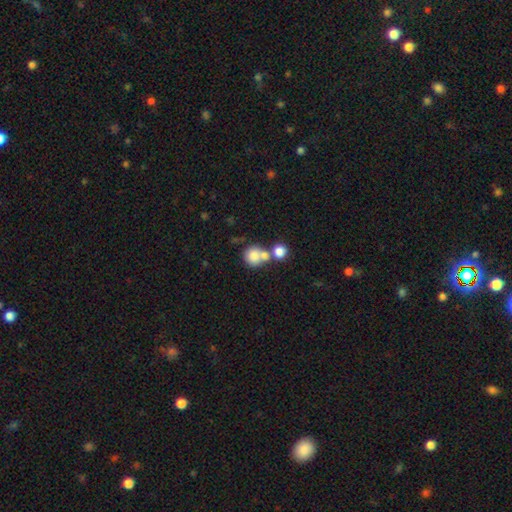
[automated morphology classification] A smooth galaxy with no disk features (77%) that is round (85%).

Vote fractions:
- Smooth or featured? smooth: 77% / featured or disk: 13% / star or artifact: 10%
- How rounded? round: 85% / in between: 14% / cigar-shaped: 1%
- Merging? merger: 50% / none: 37% / minor disturbance: 9% / major disturbance: 5%